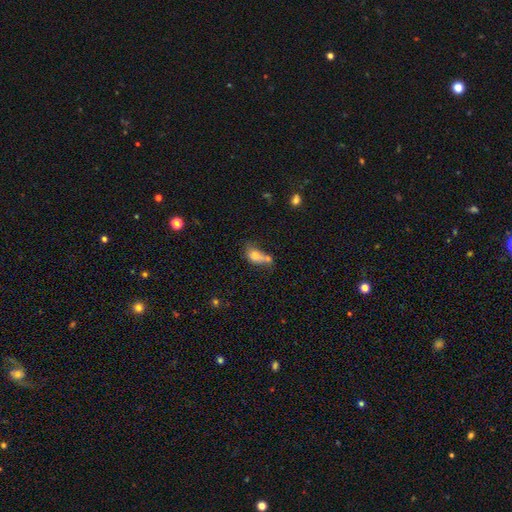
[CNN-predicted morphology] Smooth or featured?
  - smooth: 74% *
  - featured or disk: 15%
  - star or artifact: 11%
How rounded?
  - in between: 78% *
  - round: 18%
  - cigar-shaped: 4%
Merging?
  - merger: 46% *
  - none: 22%
  - minor disturbance: 17%
  - major disturbance: 14%